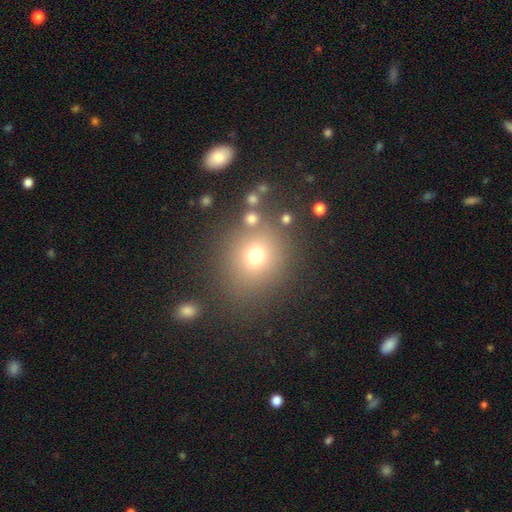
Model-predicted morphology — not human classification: A smooth galaxy with no disk features (70%) that is round (79%).

Vote fractions:
- Smooth or featured? smooth: 70% / star or artifact: 19% / featured or disk: 11%
- How rounded? round: 79% / in between: 20% / cigar-shaped: 1%
- Merging? none: 76% / minor disturbance: 11% / merger: 7% / major disturbance: 6%